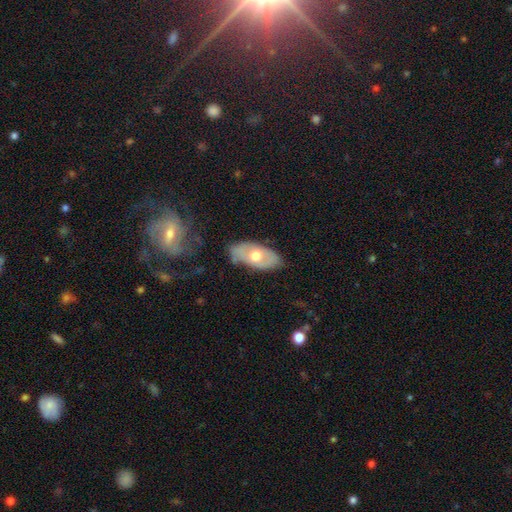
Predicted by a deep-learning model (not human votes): A featured or disk galaxy (47%, tied with smooth). Merging: none (76%).